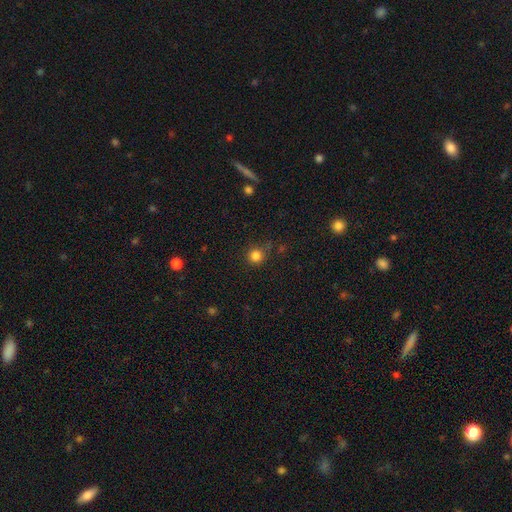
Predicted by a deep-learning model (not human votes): Smooth or featured? Predicted: smooth (p=0.82). How rounded? Predicted: round (p=0.93). Merging? Predicted: none (p=0.82).